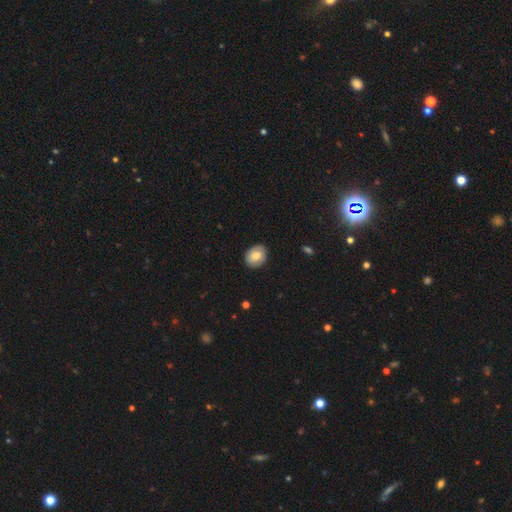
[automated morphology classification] Smooth or featured: smooth — 73% (featured or disk — 20%)
How rounded: round — 51% (in between — 48%)
Merging: none — 86% (minor disturbance — 11%)